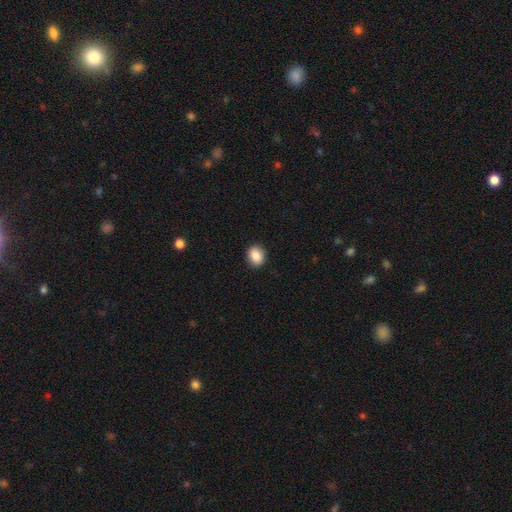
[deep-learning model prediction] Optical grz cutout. It shows a smooth galaxy with no disk features (88%) that is round (57%). Merging: none (91%).